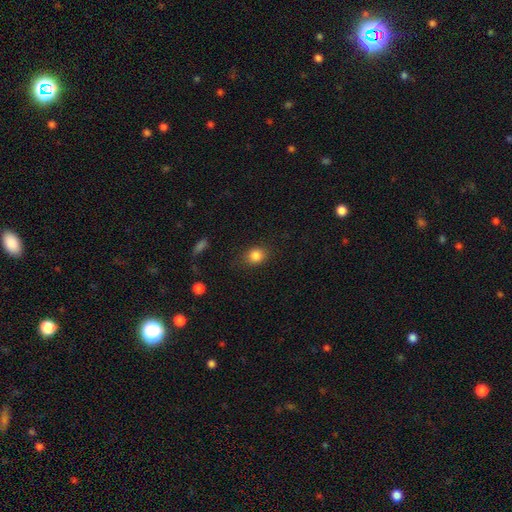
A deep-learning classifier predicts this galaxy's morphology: smooth 84%, star or artifact 10%, featured or disk 6%. Down the decision tree: how rounded — round (61%); merging — none (81%).